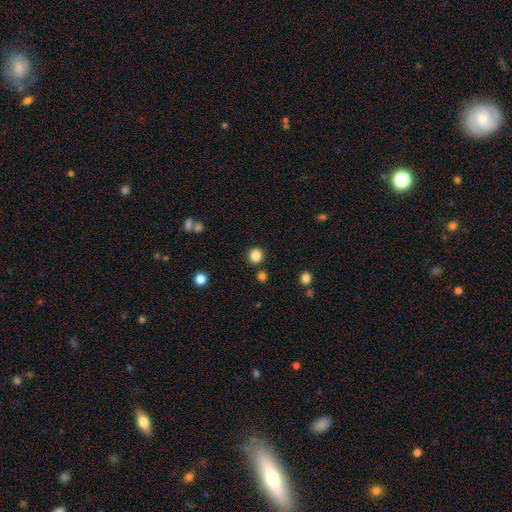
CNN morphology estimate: Smooth or featured? smooth (85%)
How rounded? round (91%)
Merging? none (88%)